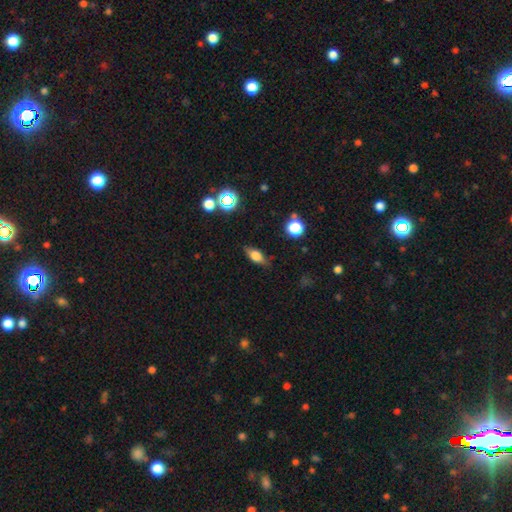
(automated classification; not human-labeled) smooth-or-featured: smooth: 61% | featured or disk: 27% | star or artifact: 12%
  how-rounded: in between: 72% | cigar-shaped: 18% | round: 10%
  merging: none: 81% | minor disturbance: 14% | major disturbance: 4% | merger: 2%